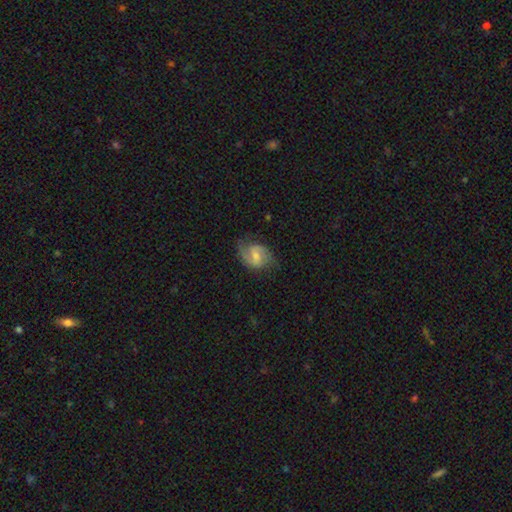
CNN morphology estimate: A featured or disk galaxy (73%) with a weak bar (56%), 2 (86%) medium (49%) spiral arms (93%) and a moderate central bulge (46%).

Vote fractions:
- Smooth or featured? featured or disk: 73% / smooth: 20% / star or artifact: 7%
- Edge-on disk? no: 97% / yes: 3%
- Bar? weak: 56% / no: 25% / strong: 20%
- Spiral arms? yes: 93% / no: 7%
- Spiral winding? medium: 49% / loose: 30% / tight: 21%
- Spiral arm count? 2: 86% / can't tell: 6% / 1: 5% / 3: 1% / 4: 1% / more than 4: 1%
- Bulge size? moderate: 46% / small: 44% / none: 6% / large: 3% / dominant: 1%
- Merging? none: 73% / minor disturbance: 18% / major disturbance: 7% / merger: 1%